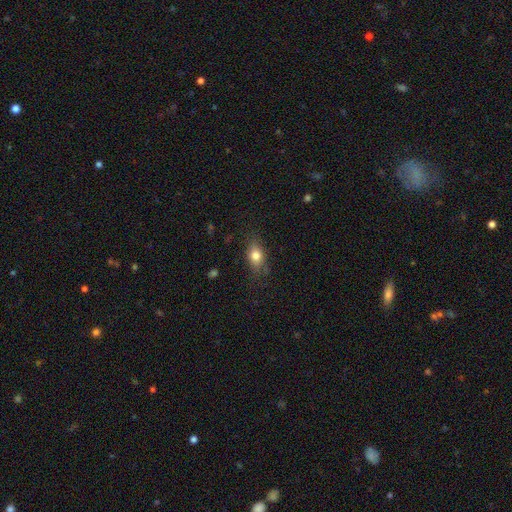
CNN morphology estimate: smooth-or-featured: smooth: 74% | featured or disk: 16% | star or artifact: 9%
  how-rounded: in between: 75% | round: 17% | cigar-shaped: 8%
  merging: none: 75% | minor disturbance: 19% | major disturbance: 5% | merger: 1%